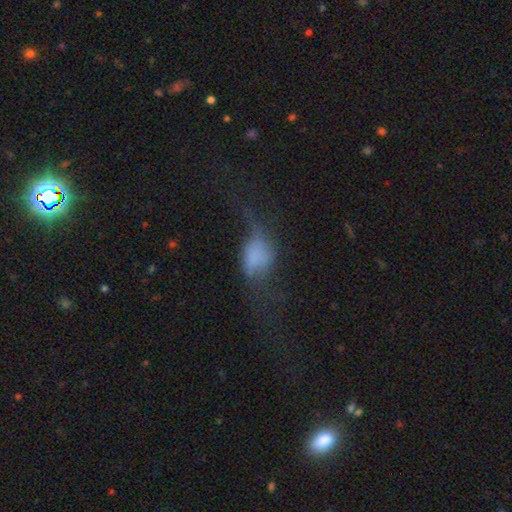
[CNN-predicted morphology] A smooth galaxy with no disk features (46%).

Vote fractions:
- Smooth or featured? smooth: 46% / featured or disk: 39% / star or artifact: 15%
- Merging? major disturbance: 46% / none: 29% / minor disturbance: 21% / merger: 4%